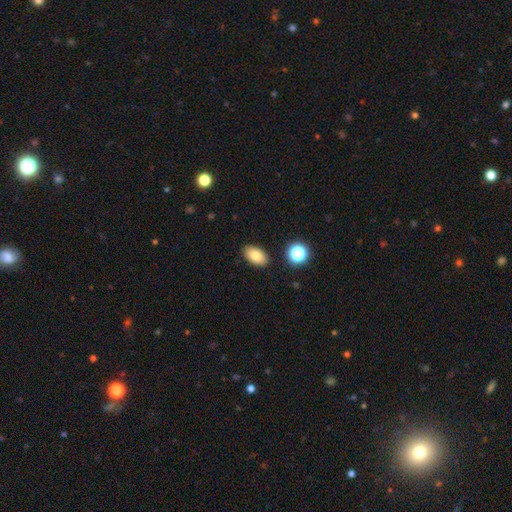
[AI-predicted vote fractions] Overall: smooth (81%). How rounded: in between (92%). Merging: none (87%).